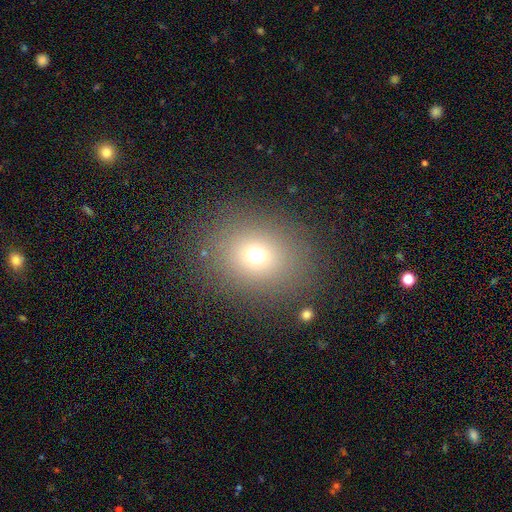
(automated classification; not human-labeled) This appears to be a smooth galaxy with no disk features (69%) that is round (64%). Merging: none (85%).